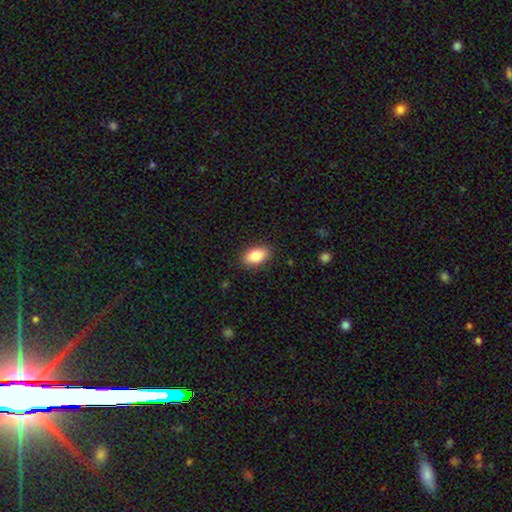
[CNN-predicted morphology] This is clearly a smooth galaxy (85%). How rounded: clearly in between (91%). Merging: clearly none (88%).